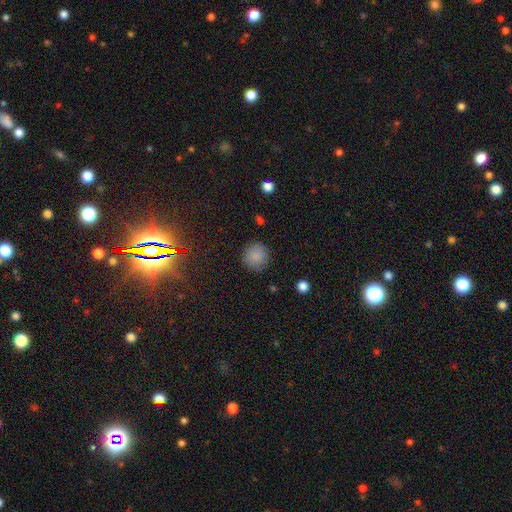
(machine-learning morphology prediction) Smooth or featured? Predicted: smooth (p=0.85). How rounded? Predicted: round (p=0.91). Merging? Predicted: none (p=0.86).